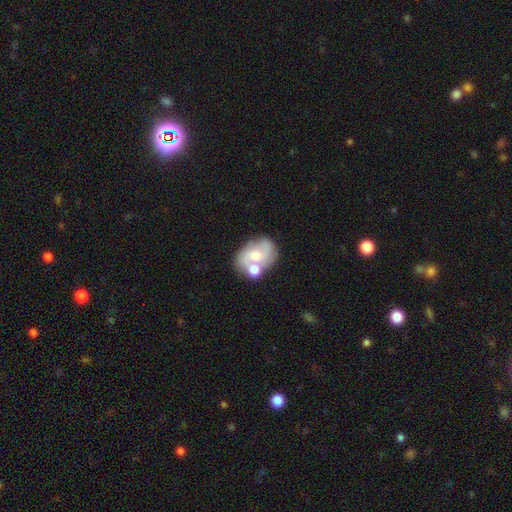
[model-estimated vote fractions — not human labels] A featured or disk galaxy (61%) with no bar (65%), spiral arms (76%) and a moderate central bulge (51%). Merging: none (43%).